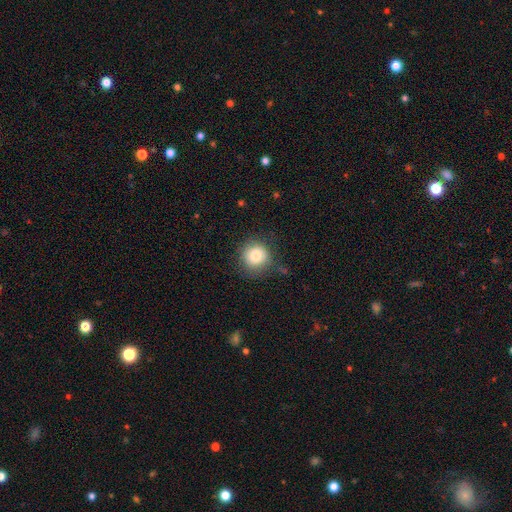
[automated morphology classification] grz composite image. It shows a smooth galaxy with no disk features (80%) that is round (93%). Merging: none (79%).